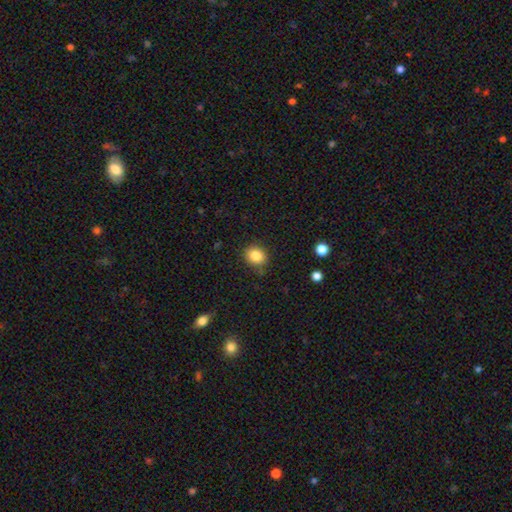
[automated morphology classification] smooth-or-featured: smooth: 84% | star or artifact: 10% | featured or disk: 6%
  how-rounded: round: 69% | in between: 30% | cigar-shaped: 1%
  merging: none: 82% | minor disturbance: 13% | major disturbance: 3% | merger: 2%